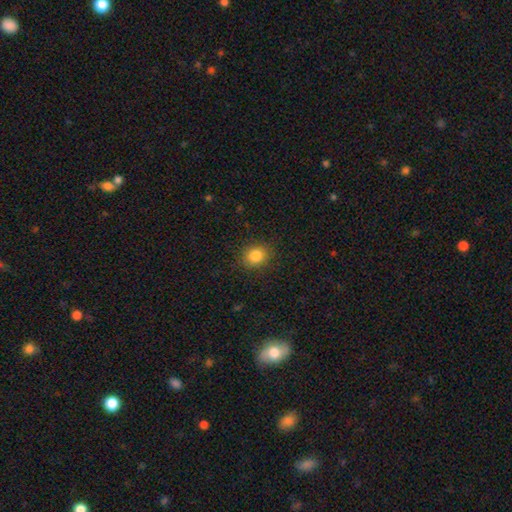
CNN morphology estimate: A smooth galaxy with no disk features (85%) that is round (70%).

Vote fractions:
- Smooth or featured? smooth: 85% / star or artifact: 10% / featured or disk: 5%
- How rounded? round: 70% / in between: 30% / cigar-shaped: 1%
- Merging? none: 88% / minor disturbance: 8% / major disturbance: 3% / merger: 1%